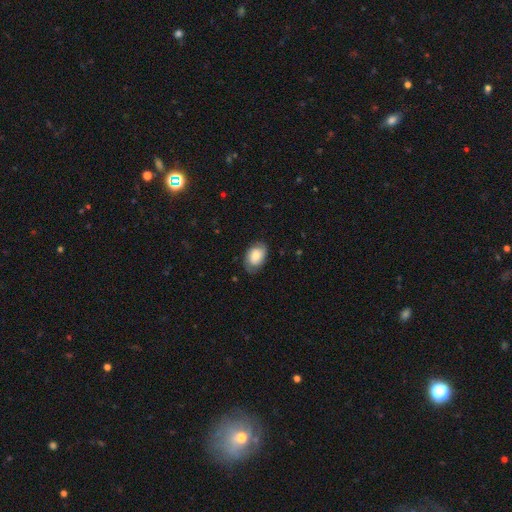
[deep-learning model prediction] smooth_or_featured: smooth (p=0.66) [alt: featured or disk p=0.27]
how_rounded: in between (p=0.85) [alt: round p=0.14]
merging: none (p=0.71) [alt: minor disturbance p=0.22]